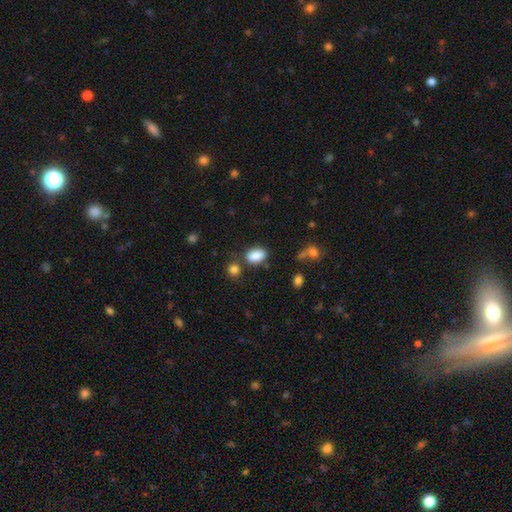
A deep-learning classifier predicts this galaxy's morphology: smooth 87%, star or artifact 8%, featured or disk 4%. Down the decision tree: how rounded — in between (85%); merging — none (72%).